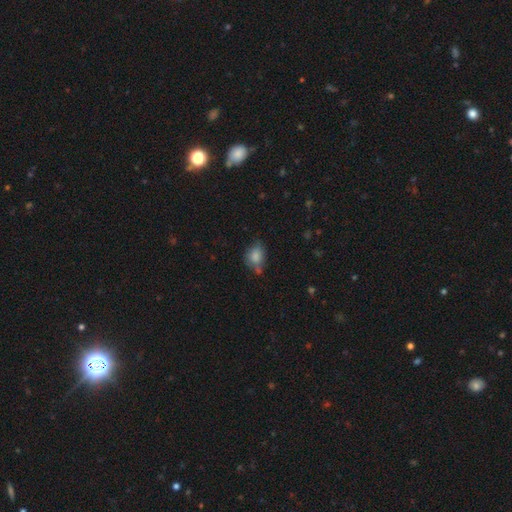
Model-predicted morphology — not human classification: type=smooth (81%); roundness=in between (64%); merging=none (52%).